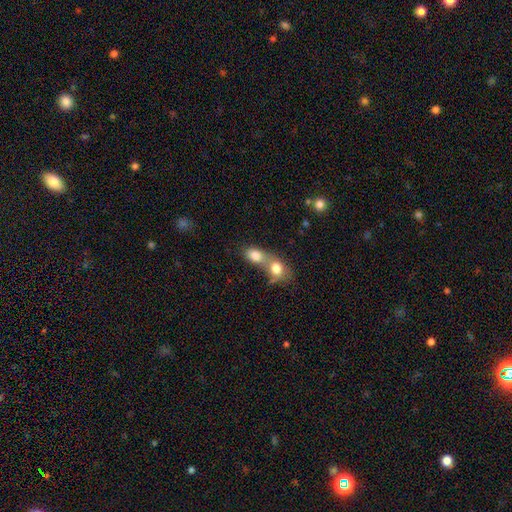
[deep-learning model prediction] This is likely a smooth galaxy (80%). How rounded: likely in between (64%). Merging: likely merger (72%).